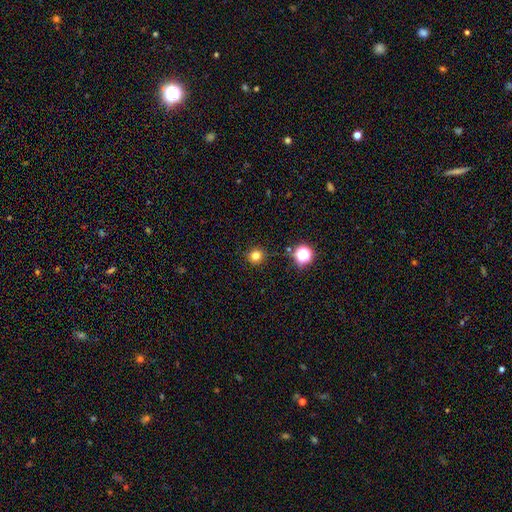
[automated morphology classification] Smooth or featured: smooth — 78% (star or artifact — 17%)
How rounded: round — 93% (in between — 6%)
Merging: none — 90% (minor disturbance — 6%)